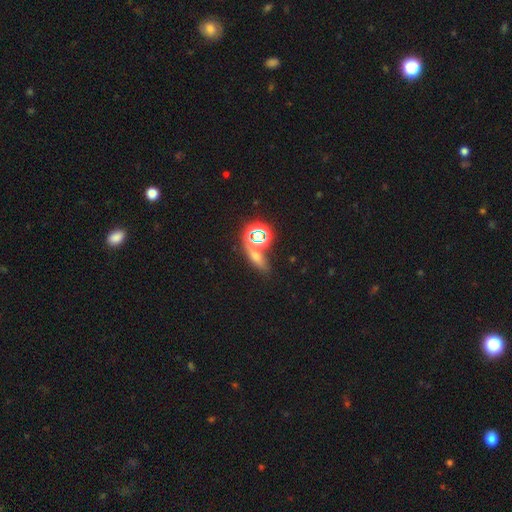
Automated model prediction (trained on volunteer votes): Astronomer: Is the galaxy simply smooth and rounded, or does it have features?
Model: smooth — 43% (runner-up: star or artifact, 41%).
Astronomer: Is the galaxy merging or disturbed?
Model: none — 62%.